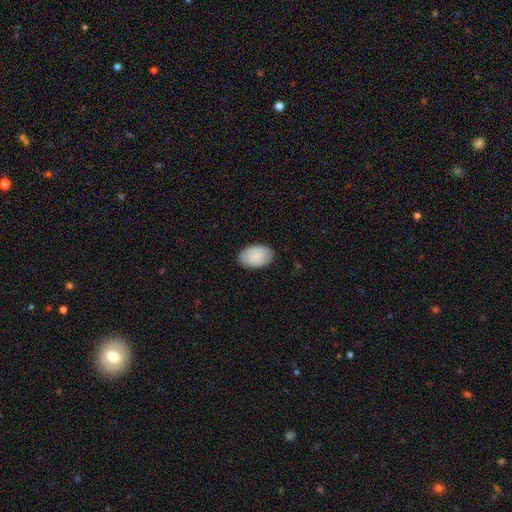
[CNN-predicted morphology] smooth 85%, featured or disk 9%, star or artifact 6%. Down the decision tree: how rounded — in between (92%); merging — none (86%).